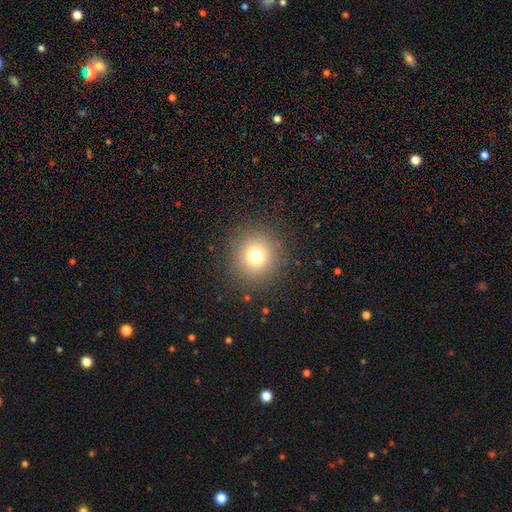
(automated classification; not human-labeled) Smooth or featured? smooth (74%)
How rounded? round (93%)
Merging? none (89%)